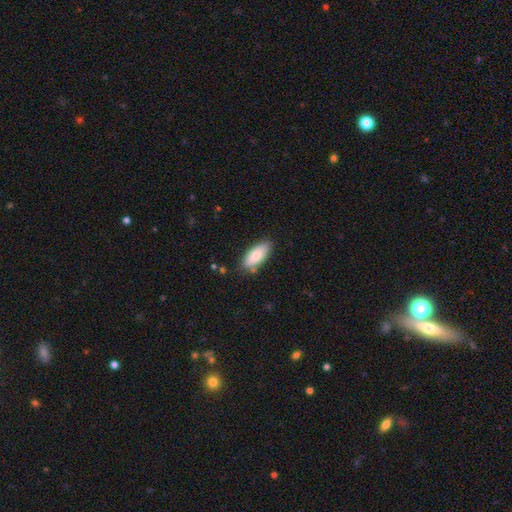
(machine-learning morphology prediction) type=smooth (81%); roundness=in between (83%); merging=none (81%).